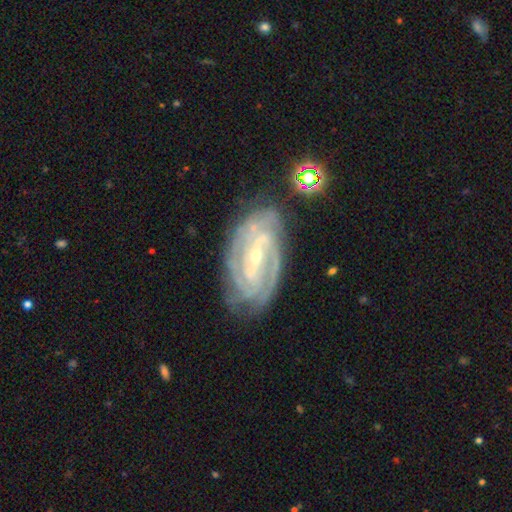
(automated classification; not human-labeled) Morphology: type=featured or disk (90%); edge-on=no (95%); bar=strong (51%); spiral arms=yes (97%); winding=tight (68%); arm count=2 (33%); bulge=small (74%); merging=none (75%).